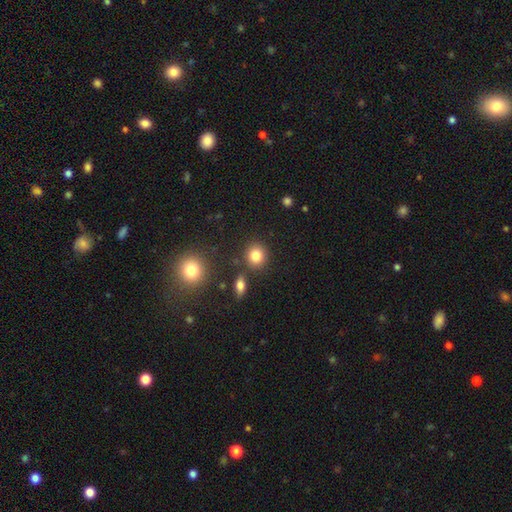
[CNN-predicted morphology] Smooth or featured? Predicted: smooth (p=0.83). How rounded? Predicted: round (p=0.84). Merging? Predicted: none (p=0.82).